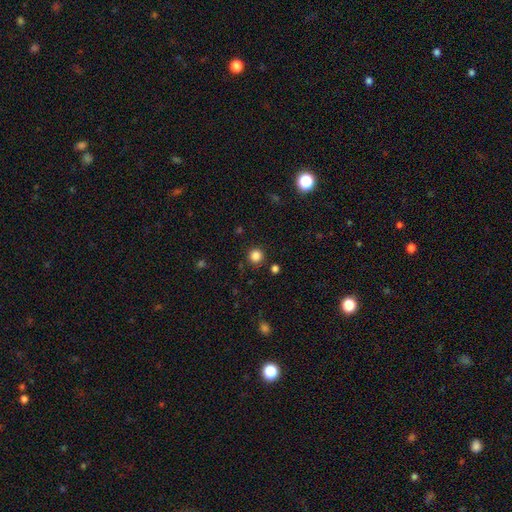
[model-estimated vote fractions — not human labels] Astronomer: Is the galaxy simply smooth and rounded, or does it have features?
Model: smooth — 84%.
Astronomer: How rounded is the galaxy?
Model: round — 95%.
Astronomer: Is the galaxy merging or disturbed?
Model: none — 89%.